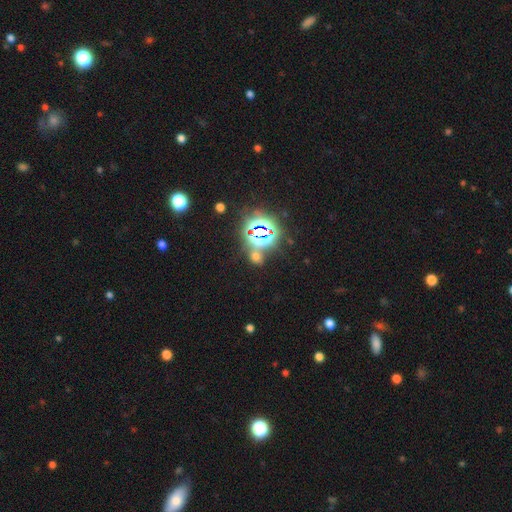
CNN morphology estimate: Smooth or featured?
  - star or artifact: 59% *
  - smooth: 34%
  - featured or disk: 8%